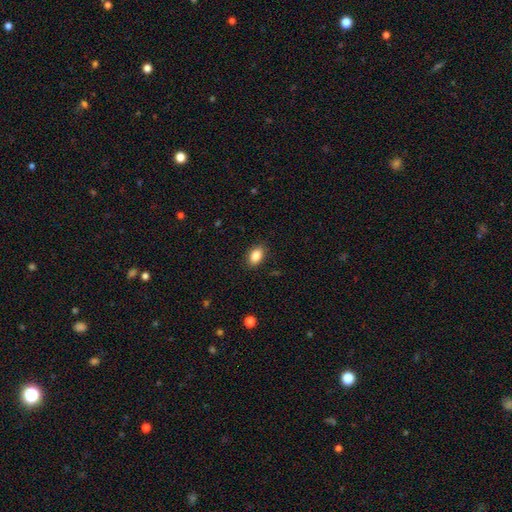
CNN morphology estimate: type=smooth (86%); roundness=in between (87%); merging=none (88%).